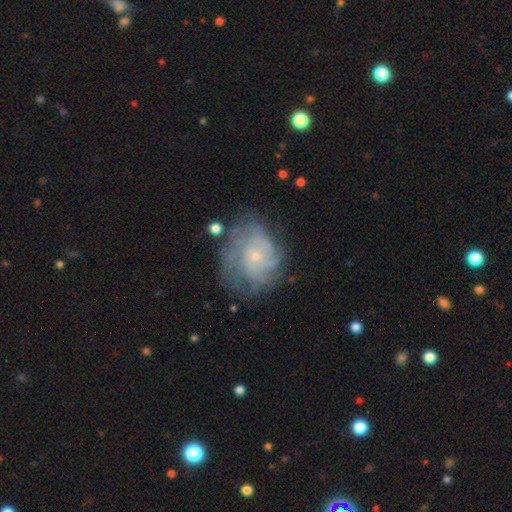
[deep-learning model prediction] The model was most divided on "merging": none: 58%, minor disturbance: 23%, major disturbance: 15%, merger: 3%. More confident: edge-on disk — no (97%); bar — no (83%); bulge size — small (79%); spiral arms — yes (76%); smooth or featured — featured or disk (66%).